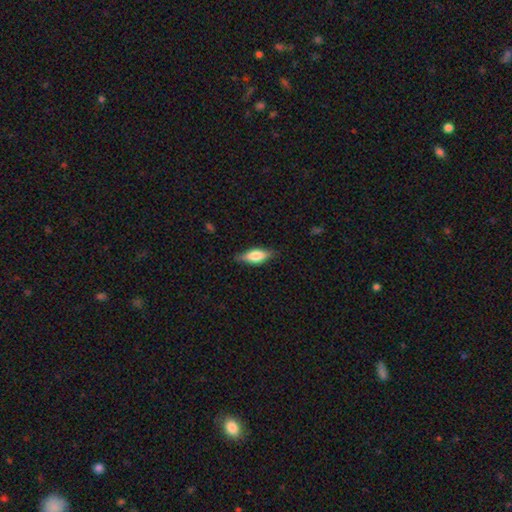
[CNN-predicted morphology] This is likely a smooth galaxy (62%). How rounded: likely in between (64%). Merging: clearly none (81%).